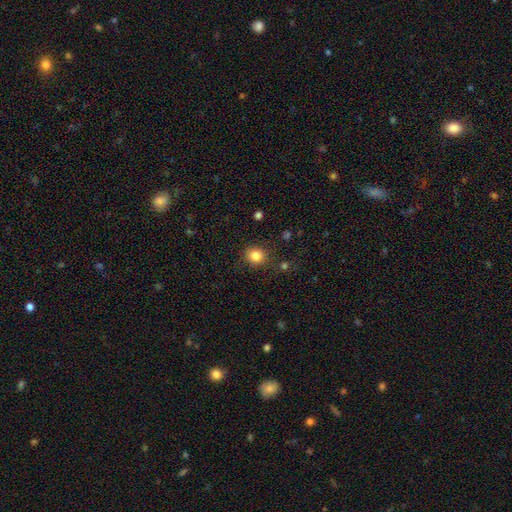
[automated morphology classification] Overall: smooth (83%). How rounded: round (84%). Merging: none (86%).